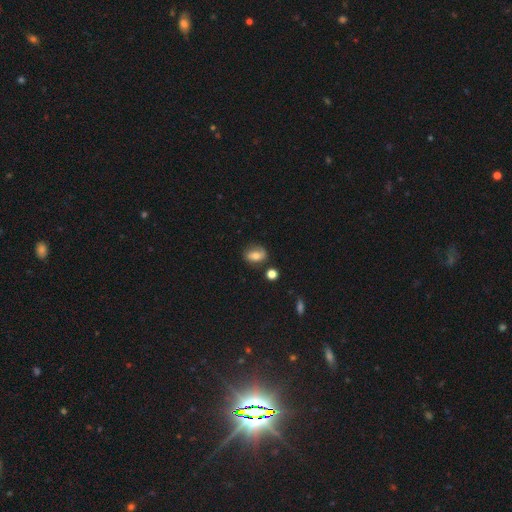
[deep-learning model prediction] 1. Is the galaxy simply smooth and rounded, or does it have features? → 63% smooth, 26% featured or disk, 11% star or artifact.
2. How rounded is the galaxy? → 72% in between, 26% round, 3% cigar-shaped.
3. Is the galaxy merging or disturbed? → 70% none, 19% minor disturbance, 5% major disturbance, 5% merger.